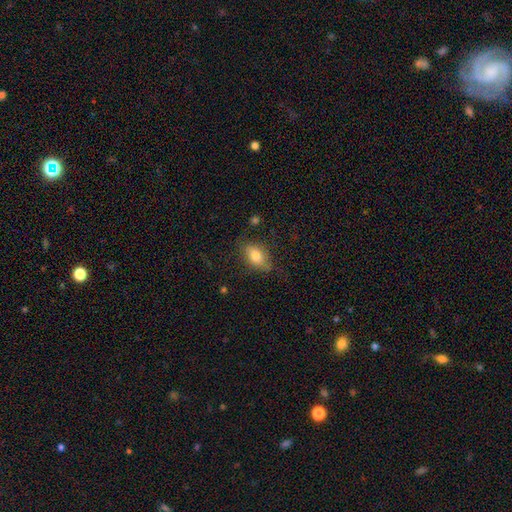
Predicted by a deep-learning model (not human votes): Smooth or featured? Predicted: smooth (p=0.76). How rounded? Predicted: in between (p=0.87). Merging? Predicted: none (p=0.68).